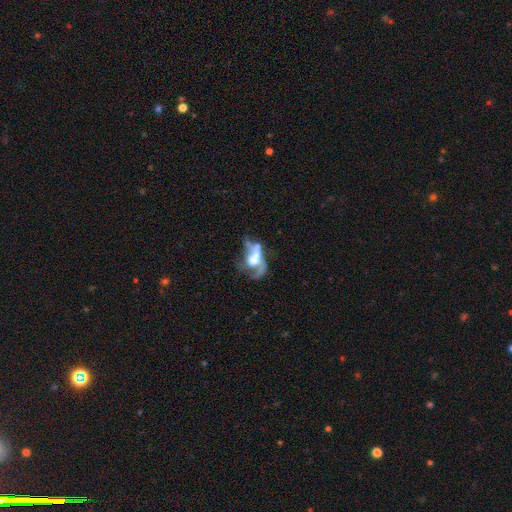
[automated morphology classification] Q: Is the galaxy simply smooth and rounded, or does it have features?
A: featured or disk — 65%.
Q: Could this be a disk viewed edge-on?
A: no — 95%.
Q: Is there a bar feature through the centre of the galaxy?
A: no — 67%.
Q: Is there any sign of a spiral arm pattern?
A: no — 58%.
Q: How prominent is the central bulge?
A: moderate — 41%.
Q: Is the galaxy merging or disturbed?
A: merger — 36%, tied with major disturbance.